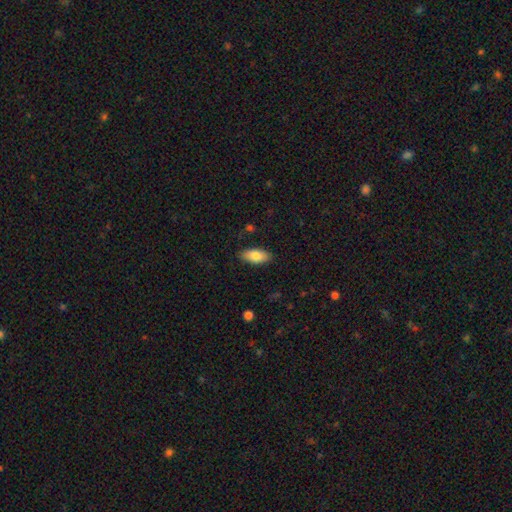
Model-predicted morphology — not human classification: type=smooth (84%); roundness=in between (90%); merging=none (86%).